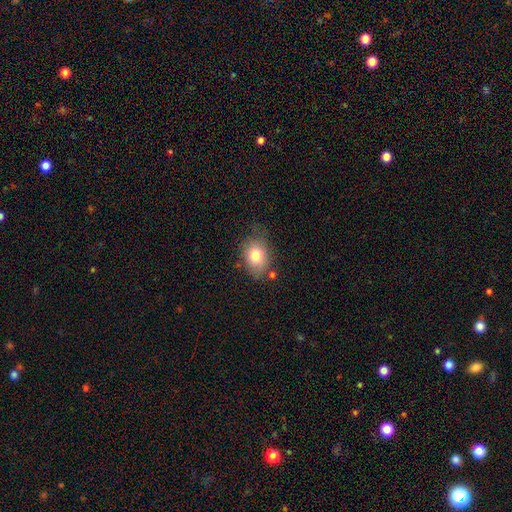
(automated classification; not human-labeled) A smooth galaxy with no disk features (80%) that is in between round and cigar-shaped (69%).

Vote fractions:
- Smooth or featured? smooth: 80% / featured or disk: 12% / star or artifact: 8%
- How rounded? in between: 69% / round: 30% / cigar-shaped: 1%
- Merging? none: 65% / minor disturbance: 24% / major disturbance: 7% / merger: 4%